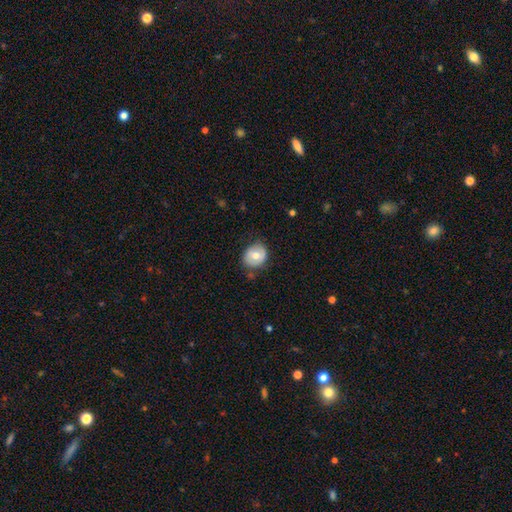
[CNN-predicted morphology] smooth-or-featured: smooth: 63% | featured or disk: 29% | star or artifact: 8%
  how-rounded: round: 66% | in between: 33% | cigar-shaped: 1%
  merging: none: 75% | minor disturbance: 19% | major disturbance: 4% | merger: 2%